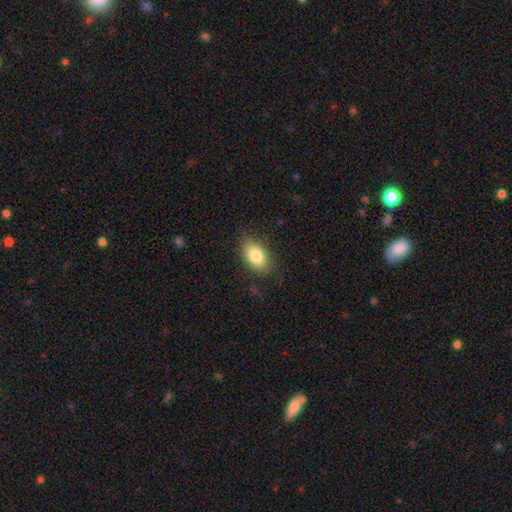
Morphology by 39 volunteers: Smooth or featured: smooth — 74% (featured or disk — 18%)
How rounded: in between — 97% (round — 3%)
Merging: none — 75% (minor disturbance — 19%)